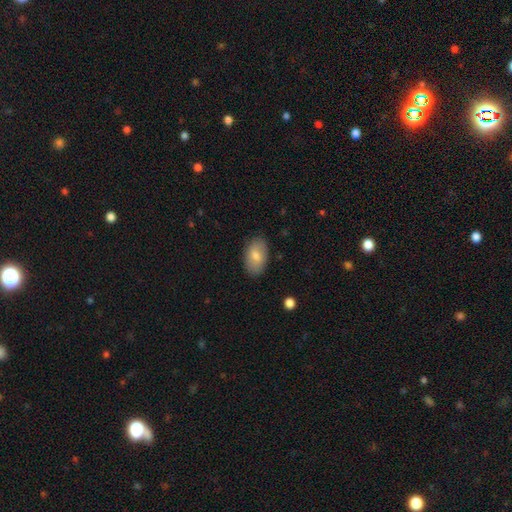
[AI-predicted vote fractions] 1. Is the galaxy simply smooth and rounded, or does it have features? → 76% smooth, 17% featured or disk, 7% star or artifact.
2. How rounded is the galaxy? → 93% in between, 5% round, 2% cigar-shaped.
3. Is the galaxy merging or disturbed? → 86% none, 10% minor disturbance, 2% major disturbance, 1% merger.